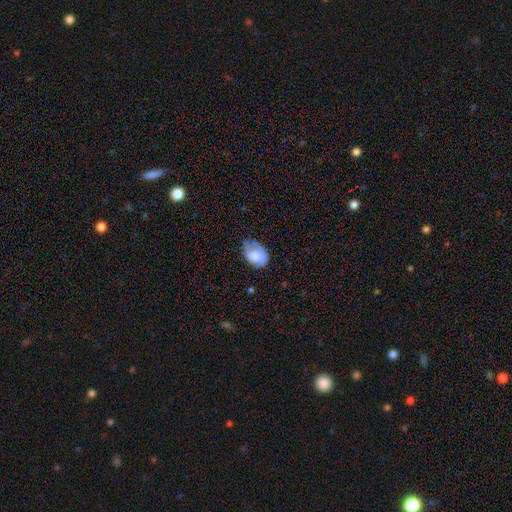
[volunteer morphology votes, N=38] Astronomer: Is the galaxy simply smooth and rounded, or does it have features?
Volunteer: smooth — 76%.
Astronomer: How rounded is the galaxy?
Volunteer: in between — 79%.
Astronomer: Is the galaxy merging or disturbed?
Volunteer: none — 43% (runner-up: minor disturbance, 35%).